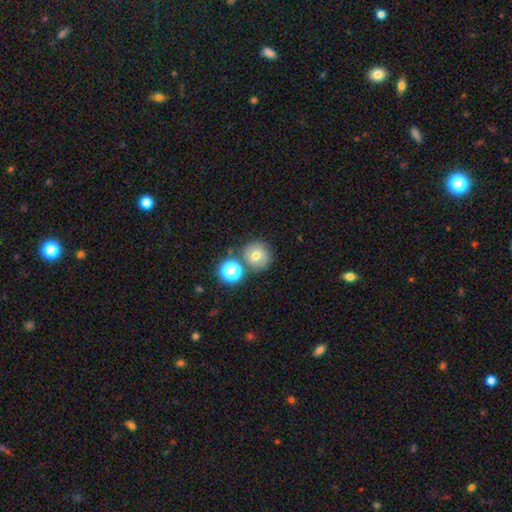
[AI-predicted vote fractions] Smooth or featured? Predicted: smooth (p=0.59). How rounded? Predicted: round (p=0.89). Merging? Predicted: none (p=0.72).